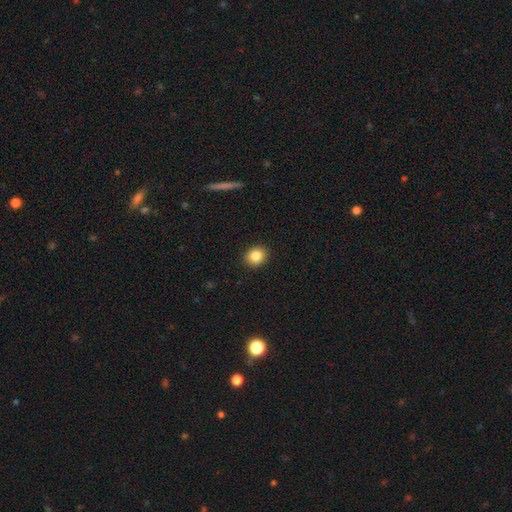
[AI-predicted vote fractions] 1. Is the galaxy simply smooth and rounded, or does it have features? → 84% smooth, 10% star or artifact, 6% featured or disk.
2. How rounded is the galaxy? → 70% round, 29% in between, 1% cigar-shaped.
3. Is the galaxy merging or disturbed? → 91% none, 6% minor disturbance, 2% major disturbance, 1% merger.